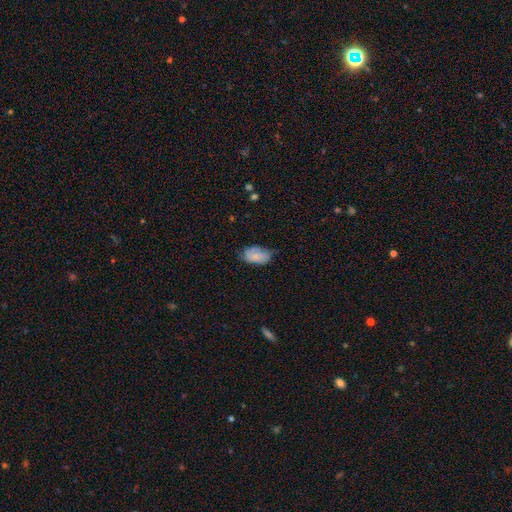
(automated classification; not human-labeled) This appears to be a smooth galaxy with no disk features (72%) that is in between round and cigar-shaped (93%). Merging: none (55%).